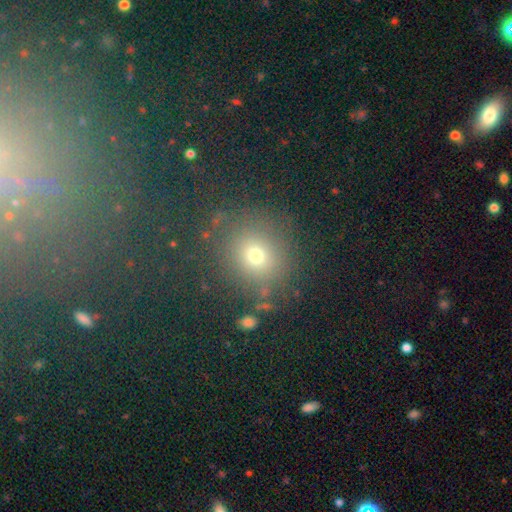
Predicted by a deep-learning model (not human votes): This appears to be a smooth galaxy with no disk features (70%) that is round (84%). Merging: none (79%).